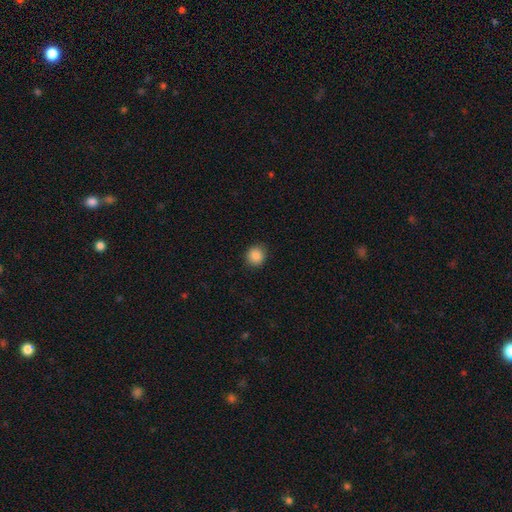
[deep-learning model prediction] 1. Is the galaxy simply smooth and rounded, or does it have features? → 88% smooth, 9% star or artifact, 3% featured or disk.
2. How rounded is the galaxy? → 84% round, 15% in between, 1% cigar-shaped.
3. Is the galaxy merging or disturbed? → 90% none, 7% minor disturbance, 2% major disturbance, 1% merger.